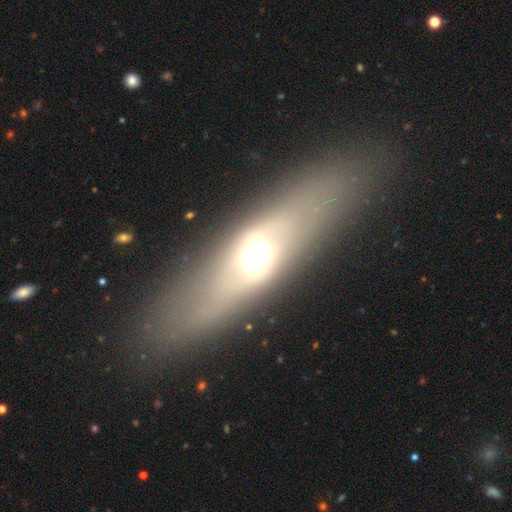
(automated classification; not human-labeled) This appears to be a featured or disk galaxy (54%). Merging: none (85%).